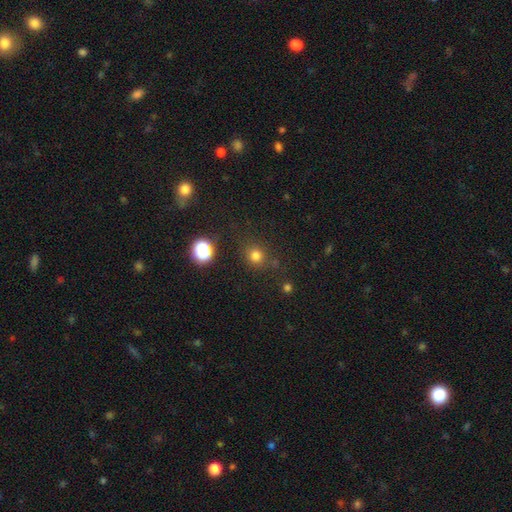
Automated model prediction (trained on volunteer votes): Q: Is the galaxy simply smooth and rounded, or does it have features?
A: smooth — 75%.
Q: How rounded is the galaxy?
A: round — 87%.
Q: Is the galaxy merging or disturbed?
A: none — 80%.